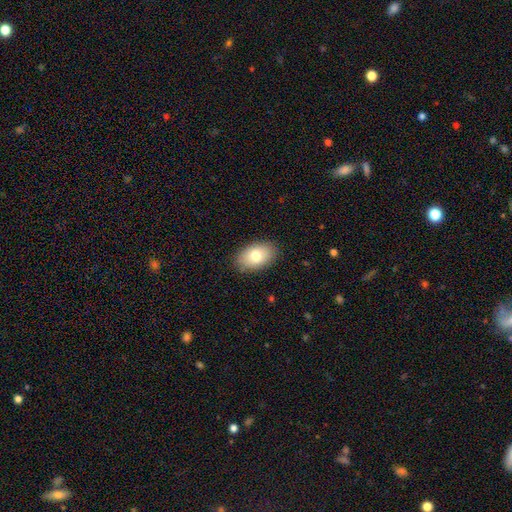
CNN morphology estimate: This is likely a smooth galaxy (79%). How rounded: clearly in between (92%). Merging: clearly none (87%).